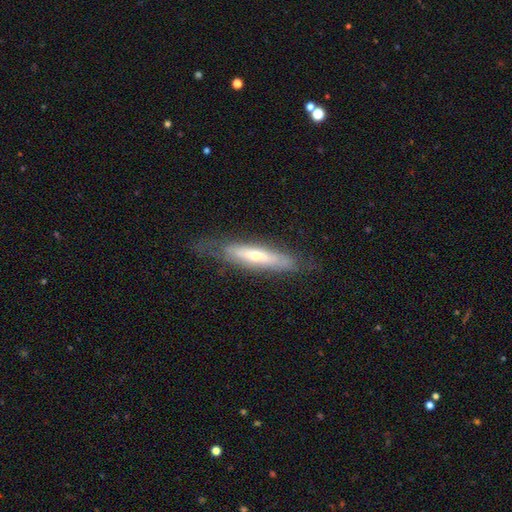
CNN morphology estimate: type=featured or disk (56%); edge-on=yes (62%); merging=none (68%).